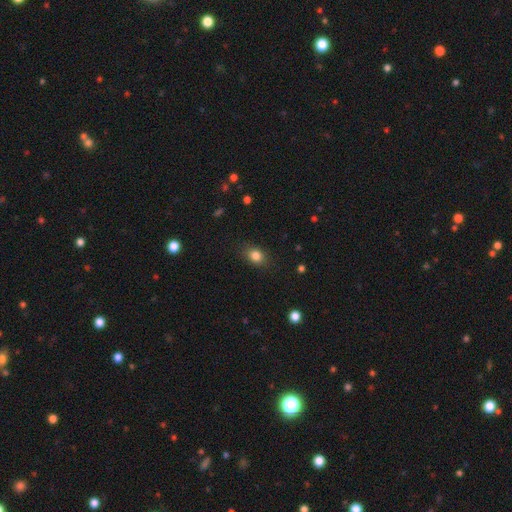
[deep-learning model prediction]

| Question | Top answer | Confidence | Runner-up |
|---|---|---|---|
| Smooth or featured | smooth | 82% | star or artifact (11%) |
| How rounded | in between | 57% | round (41%) |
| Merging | none | 84% | minor disturbance (12%) |